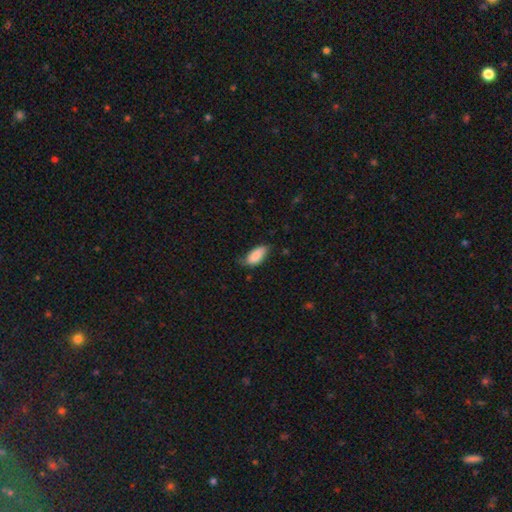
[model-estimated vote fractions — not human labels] smooth 85%, featured or disk 8%, star or artifact 6%. Down the decision tree: how rounded — in between (91%); merging — none (54%).